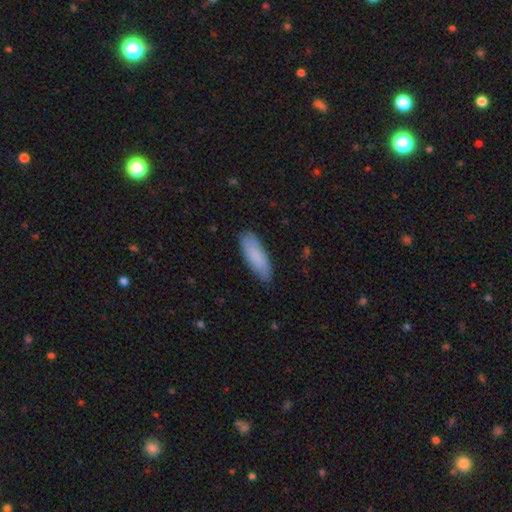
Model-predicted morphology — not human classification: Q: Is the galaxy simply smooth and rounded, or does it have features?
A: smooth — 85%.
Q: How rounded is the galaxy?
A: in between — 59%.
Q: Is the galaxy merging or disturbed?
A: none — 84%.